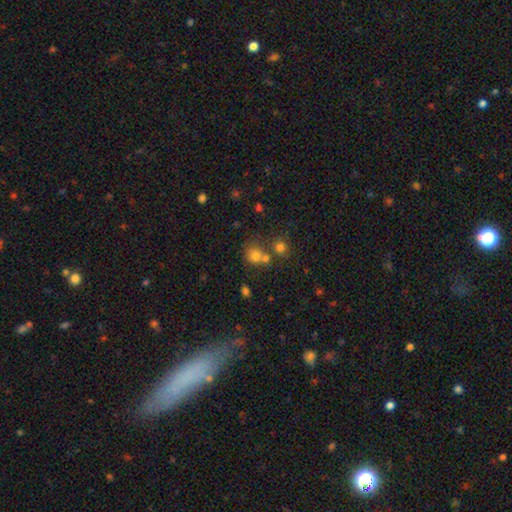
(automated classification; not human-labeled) This appears to be a smooth galaxy with no disk features (73%) that is round (80%). Merging: none (51%).